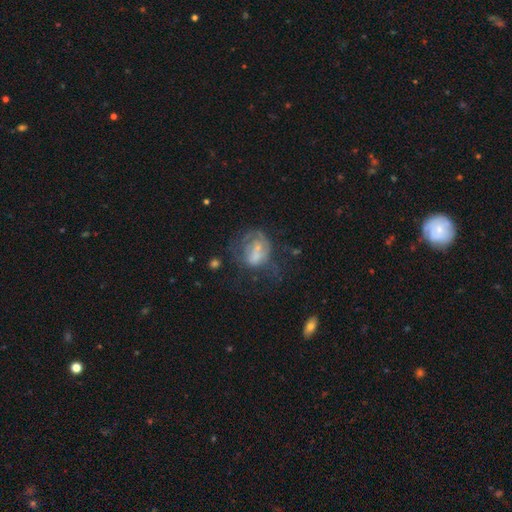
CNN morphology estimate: smooth-or-featured: featured or disk: 50% | smooth: 34% | star or artifact: 16%
  merging: none: 37% (tied) | major disturbance: 37% (tied) | minor disturbance: 21% | merger: 5%